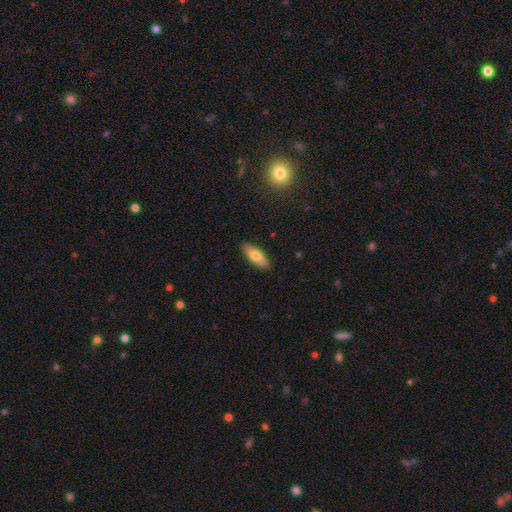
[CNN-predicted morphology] type=smooth (74%); roundness=in between (67%); merging=none (88%).